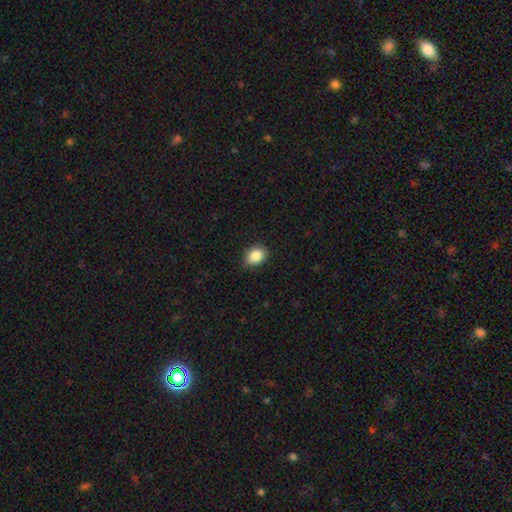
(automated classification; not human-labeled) smooth_or_featured: smooth (p=0.86) [alt: star or artifact p=0.09]
how_rounded: in between (p=0.60) [alt: round p=0.39]
merging: none (p=0.83) [alt: minor disturbance p=0.14]